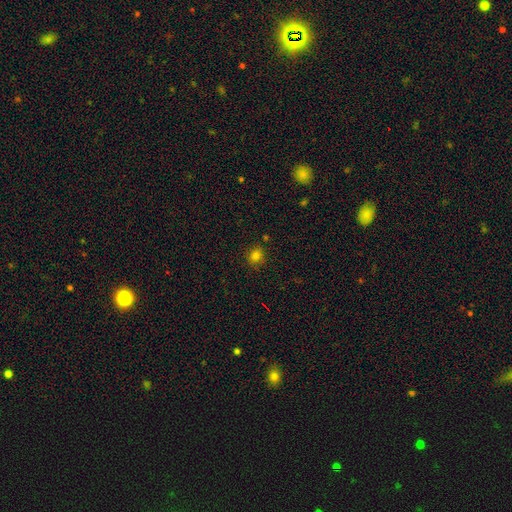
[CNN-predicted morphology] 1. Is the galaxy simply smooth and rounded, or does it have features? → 78% smooth, 17% star or artifact, 5% featured or disk.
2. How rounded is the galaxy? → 77% round, 22% in between, 1% cigar-shaped.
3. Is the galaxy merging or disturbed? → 85% none, 10% minor disturbance, 3% merger, 3% major disturbance.